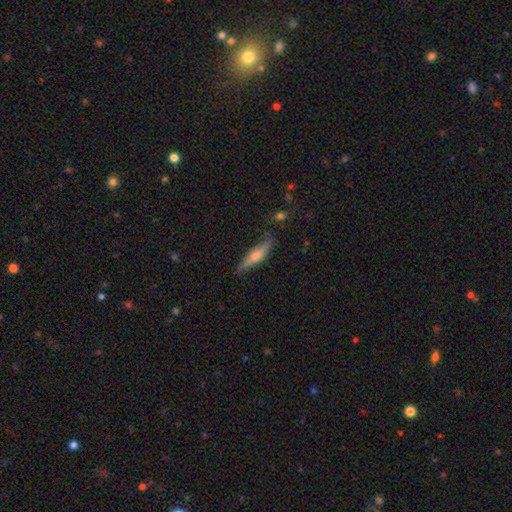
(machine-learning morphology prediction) smooth-or-featured: featured or disk: 51% | smooth: 42% | star or artifact: 7%
  disk-edge-on: yes: 93% | no: 7%
  merging: none: 80% | minor disturbance: 15% | major disturbance: 3% | merger: 2%